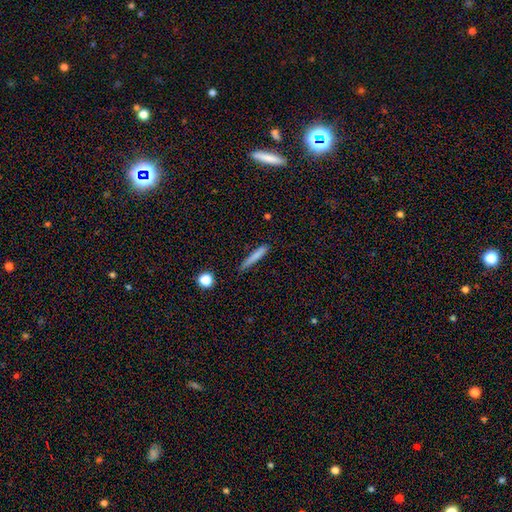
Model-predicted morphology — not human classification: Smooth or featured?
  - smooth: 77% *
  - featured or disk: 15%
  - star or artifact: 8%
How rounded?
  - cigar-shaped: 93% *
  - in between: 5%
  - round: 2%
Merging?
  - none: 76% *
  - minor disturbance: 18%
  - major disturbance: 4%
  - merger: 2%